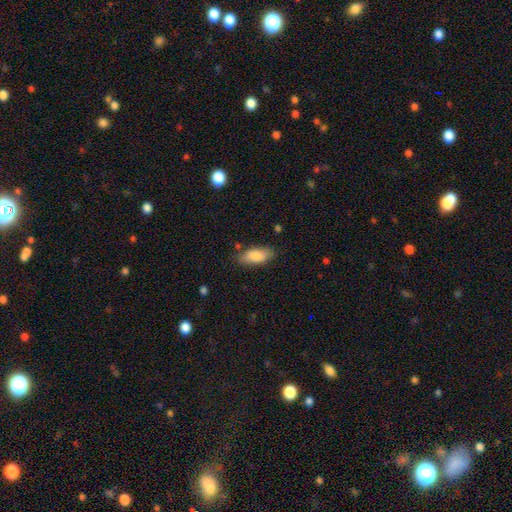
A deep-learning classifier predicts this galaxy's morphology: This is clearly a smooth galaxy (84%). How rounded: clearly in between (84%). Merging: likely none (79%).